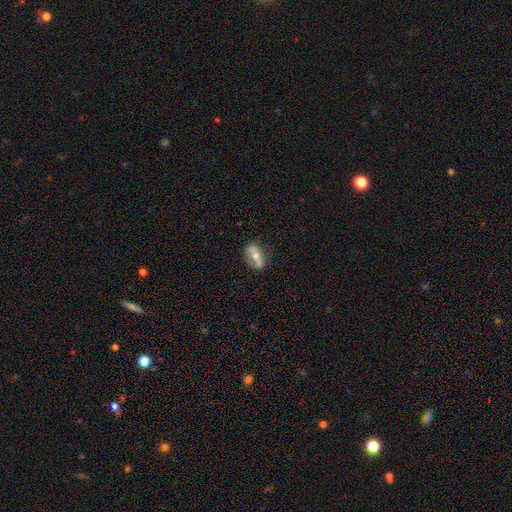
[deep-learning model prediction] featured or disk 51%, smooth 41%, star or artifact 8%. Down the decision tree: edge-on disk — no (82%); merging — none (69%).